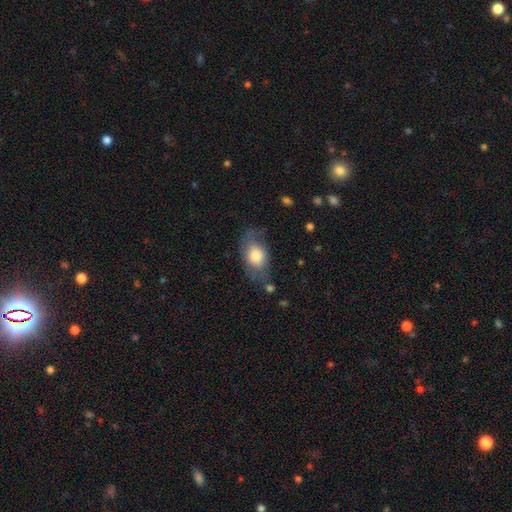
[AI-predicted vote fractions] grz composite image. It shows a smooth galaxy with no disk features (69%) that is in between round and cigar-shaped (86%). Merging: none (57%).